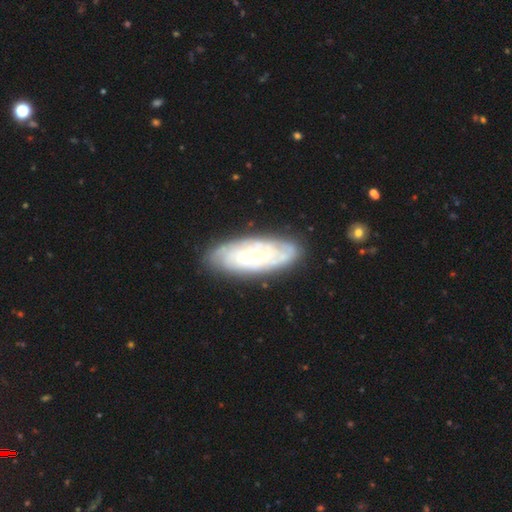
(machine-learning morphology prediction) The model was most divided on "spiral arm count": can't tell: 42%, 3: 17%, 2: 17%, 4: 14%, more than 4: 6%, 1: 5%. More confident: spiral arms — yes (94%); edge-on disk — no (90%); merging — none (81%); smooth or featured — featured or disk (81%); spiral winding — tight (75%); bulge size — moderate (60%); bar — no (58%).